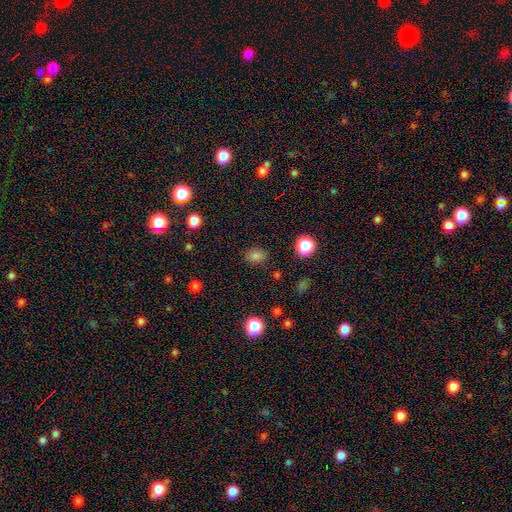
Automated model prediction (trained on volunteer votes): smooth-or-featured: smooth: 78% | star or artifact: 16% | featured or disk: 6%
  how-rounded: in between: 66% | round: 32% | cigar-shaped: 1%
  merging: none: 84% | minor disturbance: 11% | major disturbance: 3% | merger: 2%